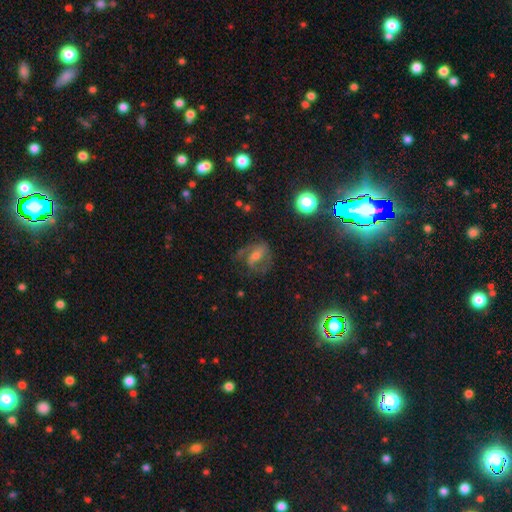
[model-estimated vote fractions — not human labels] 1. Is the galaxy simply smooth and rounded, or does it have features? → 65% featured or disk, 21% smooth, 13% star or artifact.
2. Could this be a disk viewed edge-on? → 95% no, 5% yes.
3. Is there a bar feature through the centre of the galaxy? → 42% weak, 32% strong, 27% no.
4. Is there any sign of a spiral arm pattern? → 83% yes, 17% no.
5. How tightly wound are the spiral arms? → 50% medium, 27% loose, 23% tight.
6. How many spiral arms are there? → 70% 2, 13% can't tell, 10% 1, 4% 3, 1% 4, 1% more than 4.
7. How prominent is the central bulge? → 51% moderate, 37% small, 6% large, 4% none, 1% dominant.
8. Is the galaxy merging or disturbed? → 58% none, 20% major disturbance, 20% minor disturbance, 2% merger.